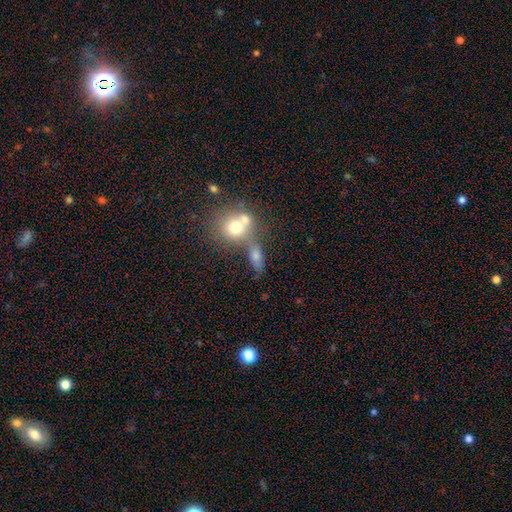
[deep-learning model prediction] Smooth or featured?
  - smooth: 66% *
  - featured or disk: 20%
  - star or artifact: 14%
How rounded?
  - in between: 56% *
  - round: 27%
  - cigar-shaped: 17%
Merging?
  - none: 41% *
  - merger: 38%
  - minor disturbance: 12%
  - major disturbance: 8%